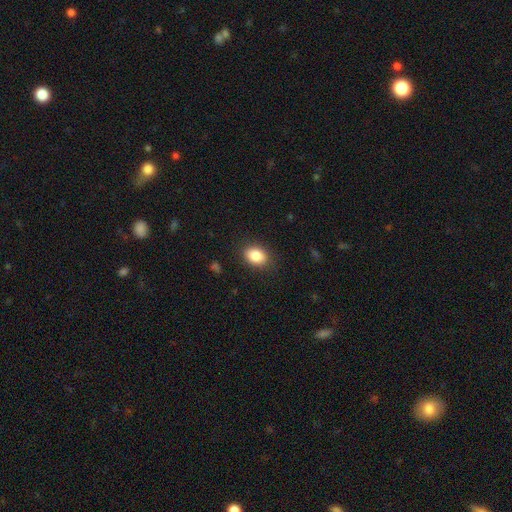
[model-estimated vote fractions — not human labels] The model was most divided on "how rounded": in between: 71%, round: 27%, cigar-shaped: 1%. More confident: merging — none (87%); smooth or featured — smooth (86%).